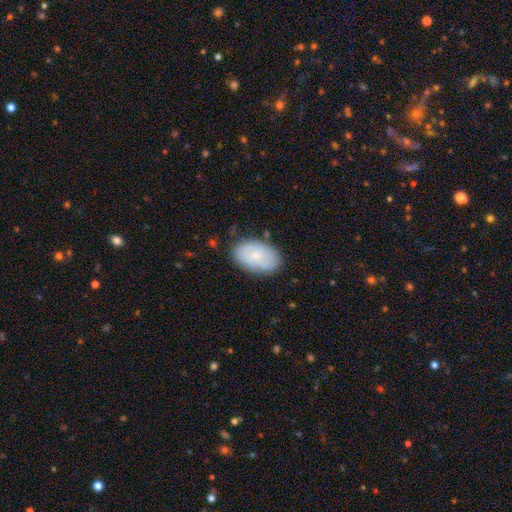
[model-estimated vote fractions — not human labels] smooth 60%, featured or disk 33%, star or artifact 7%. Down the decision tree: how rounded — in between (91%); merging — none (76%).